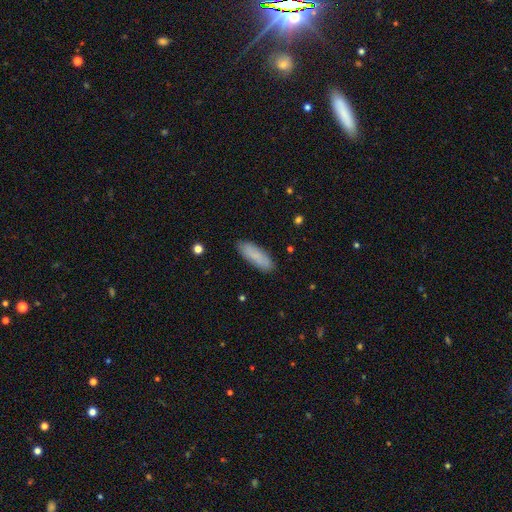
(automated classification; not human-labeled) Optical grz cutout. It shows a smooth galaxy with no disk features (82%) that is in between round and cigar-shaped (53%). Merging: none (87%).